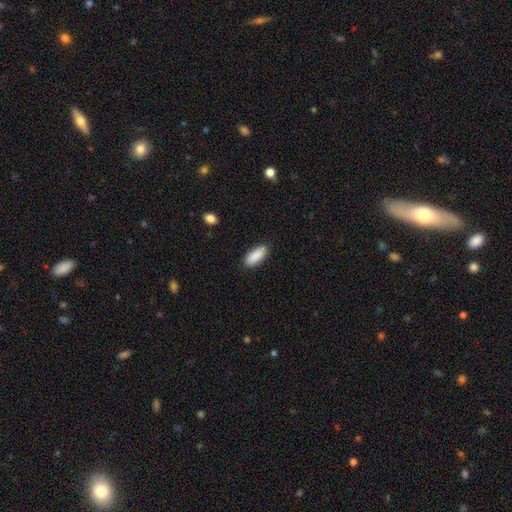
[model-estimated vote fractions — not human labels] A smooth galaxy with no disk features (90%) that is in between round and cigar-shaped (76%).

Vote fractions:
- Smooth or featured? smooth: 90% / star or artifact: 6% / featured or disk: 4%
- How rounded? in between: 76% / cigar-shaped: 23% / round: 2%
- Merging? none: 87% / minor disturbance: 9% / major disturbance: 2% / merger: 1%